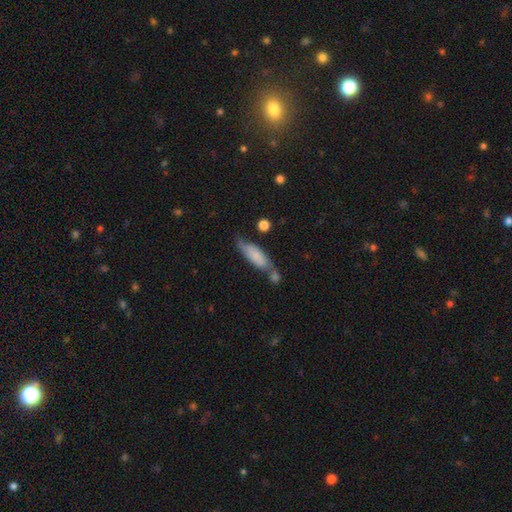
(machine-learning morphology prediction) Smooth or featured? smooth (64%)
How rounded? in between (51%)
Merging? none (45%)